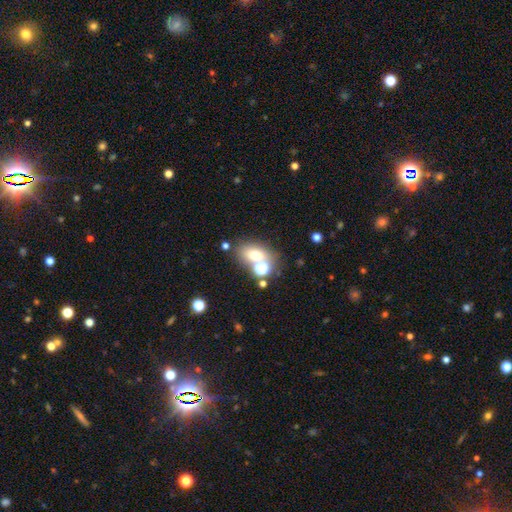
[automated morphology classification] Q: Smooth or featured?
A: smooth (64%); runner-up: star or artifact (18%)
Q: How rounded?
A: in between (65%); runner-up: round (33%)
Q: Merging?
A: none (55%); runner-up: merger (27%)